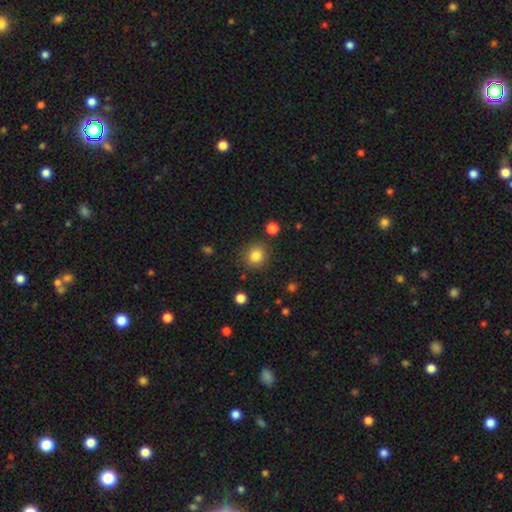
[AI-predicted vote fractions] Smooth or featured? smooth (83%)
How rounded? round (84%)
Merging? none (84%)